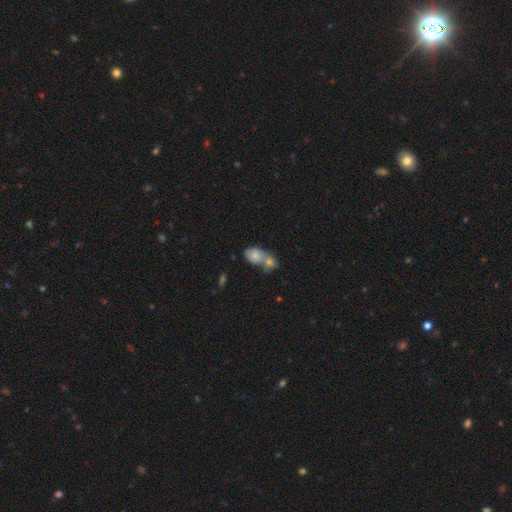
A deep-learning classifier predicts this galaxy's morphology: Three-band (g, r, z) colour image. It shows a smooth galaxy with no disk features (72%) that is in between round and cigar-shaped (71%). Merging: merger (71%).